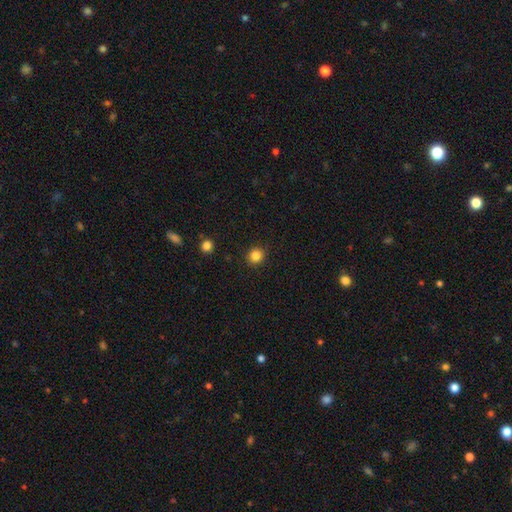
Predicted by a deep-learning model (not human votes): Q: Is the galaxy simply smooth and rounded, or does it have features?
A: smooth — 84%.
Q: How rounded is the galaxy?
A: round — 90%.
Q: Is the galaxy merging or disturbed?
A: none — 91%.